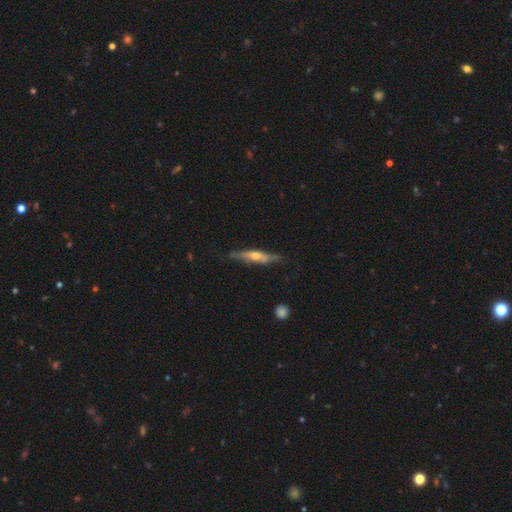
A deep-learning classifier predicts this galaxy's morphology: A featured or disk galaxy (66%) viewed edge-on (92%) with a rounded central bulge (84%). Merging: none (77%).